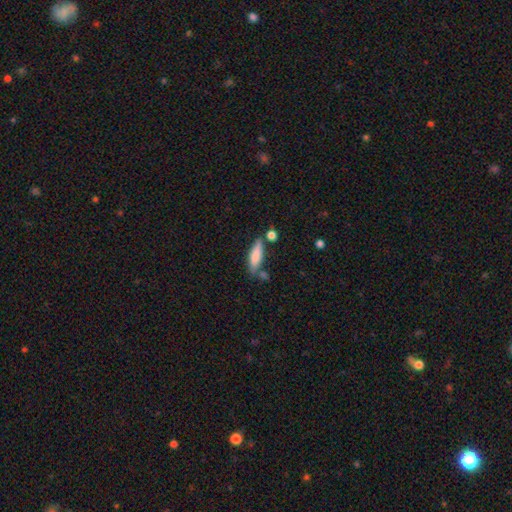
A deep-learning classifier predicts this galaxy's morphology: A smooth galaxy with no disk features (76%) that is cigar-shaped (59%). Merging: none (64%).